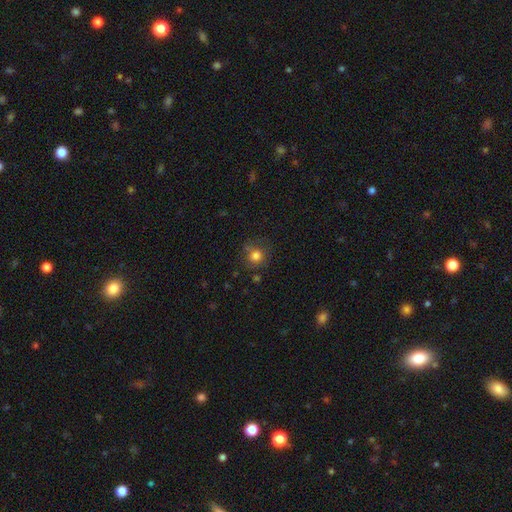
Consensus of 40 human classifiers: Overall: smooth (90%). How rounded: round (92%). Merging: none (76%).